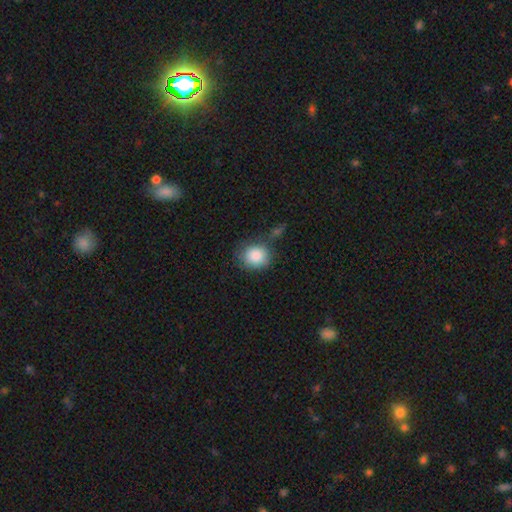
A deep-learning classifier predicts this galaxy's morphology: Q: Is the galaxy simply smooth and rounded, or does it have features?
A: smooth — 87%.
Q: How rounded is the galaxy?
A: round — 75%.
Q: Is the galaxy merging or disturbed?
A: none — 65%.